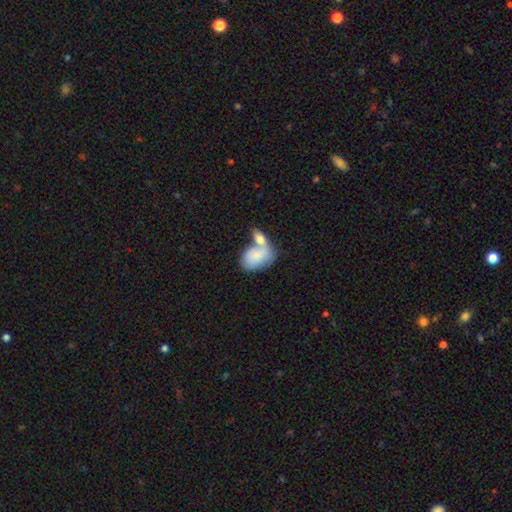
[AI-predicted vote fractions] Morphology: type=smooth (76%); roundness=in between (89%); merging=merger (57%).